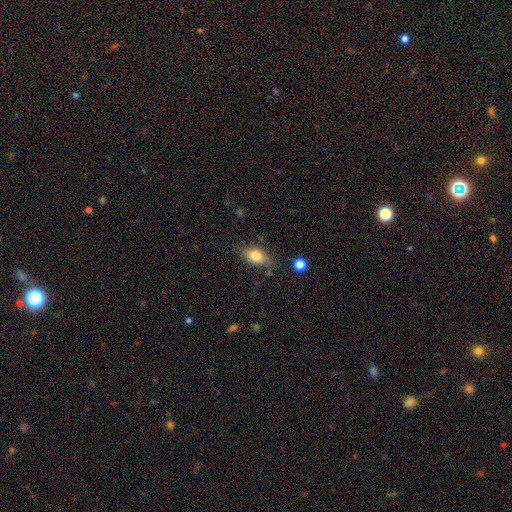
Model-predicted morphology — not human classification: A smooth galaxy with no disk features (72%) that is in between round and cigar-shaped (83%). Merging: none (74%).